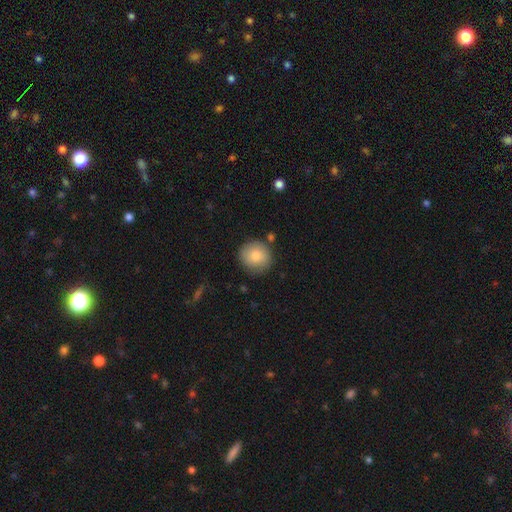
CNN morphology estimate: Overall: smooth (82%). How rounded: round (90%). Merging: none (82%).